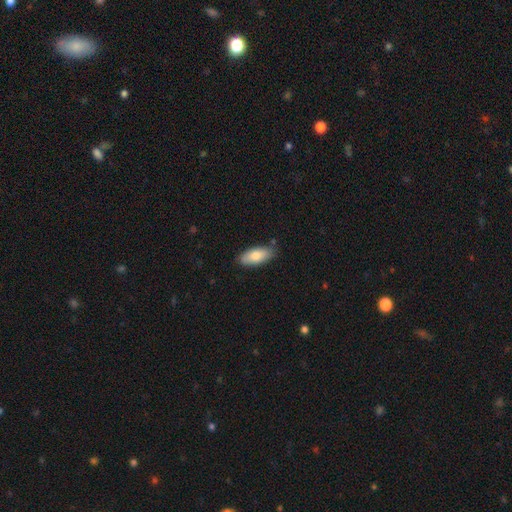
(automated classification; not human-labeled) Smooth or featured? smooth (79%)
How rounded? in between (85%)
Merging? none (80%)